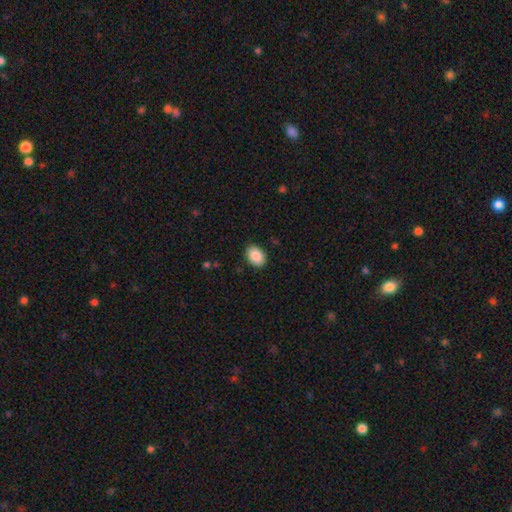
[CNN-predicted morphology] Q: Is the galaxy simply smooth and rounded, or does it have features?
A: smooth — 88%.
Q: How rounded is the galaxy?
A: in between — 78%.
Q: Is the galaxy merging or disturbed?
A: none — 89%.